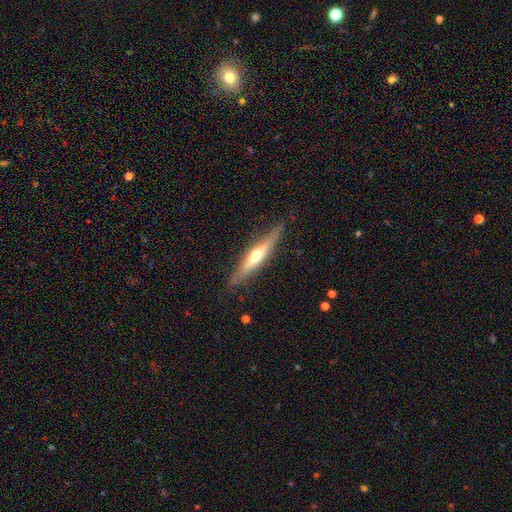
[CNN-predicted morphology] This is likely a featured or disk galaxy (63%). It is clearly viewed edge-on (95%). Edge-on bulge: clearly rounded (82%). Merging: clearly none (86%).